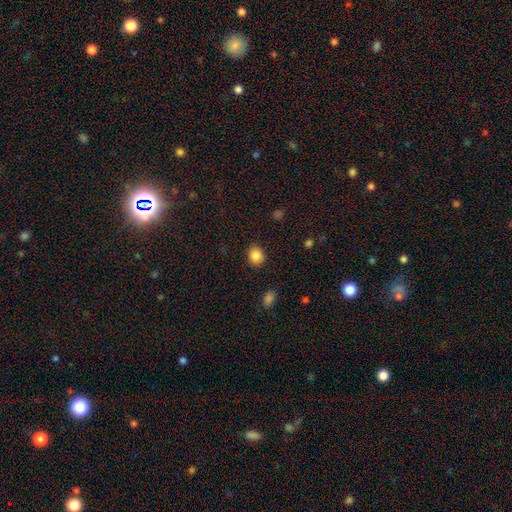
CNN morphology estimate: Smooth or featured: smooth — 86% (star or artifact — 10%)
How rounded: round — 70% (in between — 29%)
Merging: none — 89% (minor disturbance — 7%)